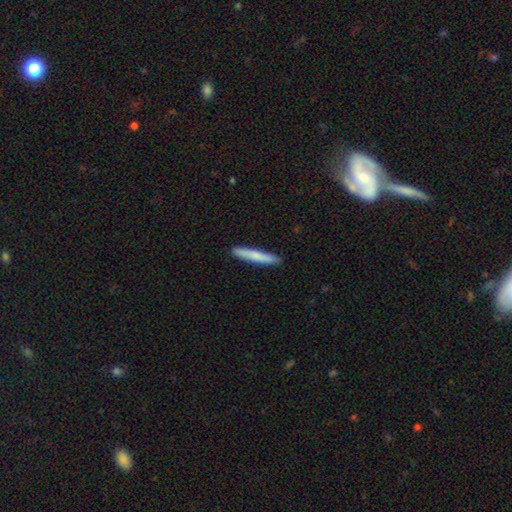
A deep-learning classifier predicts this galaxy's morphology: smooth_or_featured: smooth (p=0.71) [alt: featured or disk p=0.24]
how_rounded: cigar-shaped (p=0.95) [alt: in between p=0.04]
merging: none (p=0.91) [alt: minor disturbance p=0.07]